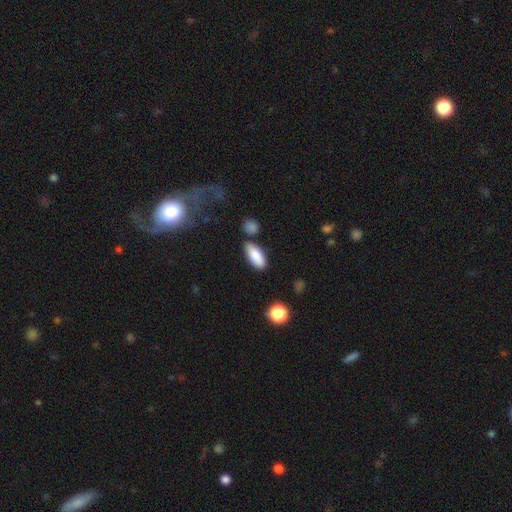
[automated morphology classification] Smooth or featured? smooth (83%)
How rounded? in between (82%)
Merging? none (78%)